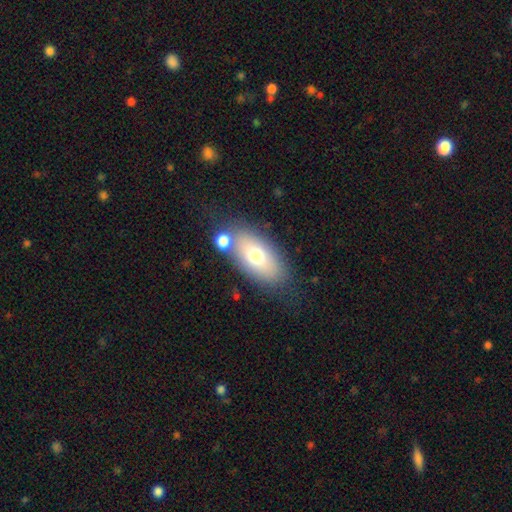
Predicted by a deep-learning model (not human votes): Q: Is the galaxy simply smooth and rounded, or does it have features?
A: smooth — 70%.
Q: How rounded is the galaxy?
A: in between — 88%.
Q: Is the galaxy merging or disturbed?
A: none — 68%.